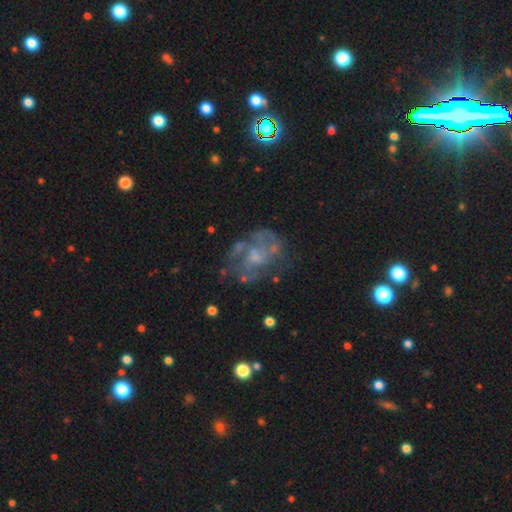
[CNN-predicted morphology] smooth-or-featured: featured or disk: 68% | smooth: 21% | star or artifact: 12%
  disk-edge-on: no: 97% | yes: 3%
    bar: no: 74% | weak: 22% | strong: 4%
    has-spiral-arms: no: 59% | yes: 41%
    bulge-size: small: 34% | moderate: 32% | none: 29% | large: 4% | dominant: 1%
  merging: none: 50% | major disturbance: 23% | minor disturbance: 20% | merger: 7%